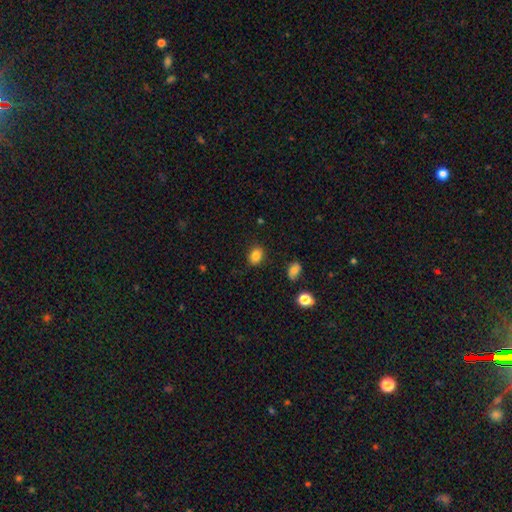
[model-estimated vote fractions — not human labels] A smooth galaxy with no disk features (85%) that is in between round and cigar-shaped (63%).

Vote fractions:
- Smooth or featured? smooth: 85% / star or artifact: 10% / featured or disk: 5%
- How rounded? in between: 63% / round: 36% / cigar-shaped: 1%
- Merging? none: 86% / minor disturbance: 10% / major disturbance: 3% / merger: 2%